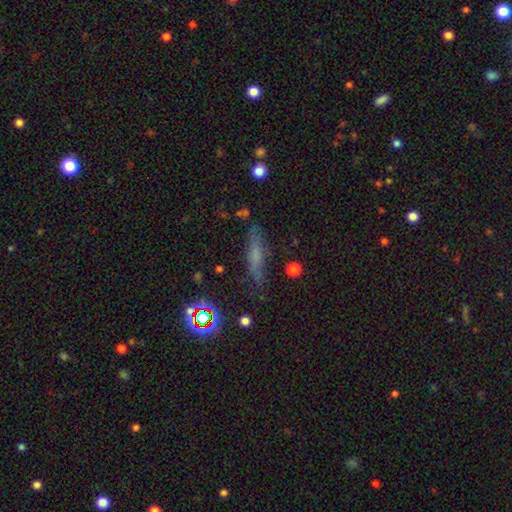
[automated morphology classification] Smooth or featured? smooth (47%)
Merging? none (74%)